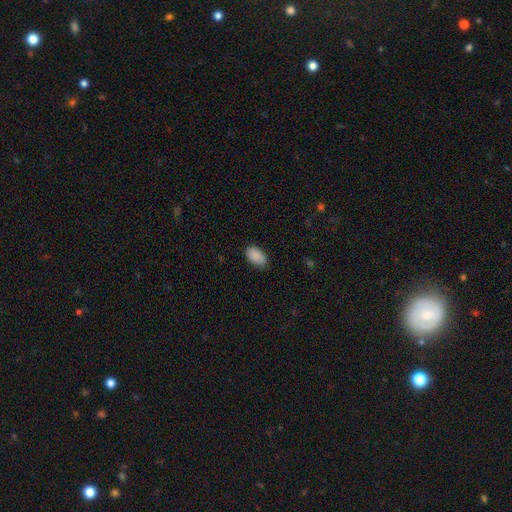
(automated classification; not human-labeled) Smooth or featured?
  - smooth: 90% *
  - star or artifact: 7%
  - featured or disk: 4%
How rounded?
  - in between: 94% *
  - round: 5%
  - cigar-shaped: 1%
Merging?
  - none: 82% *
  - minor disturbance: 14%
  - major disturbance: 3%
  - merger: 1%